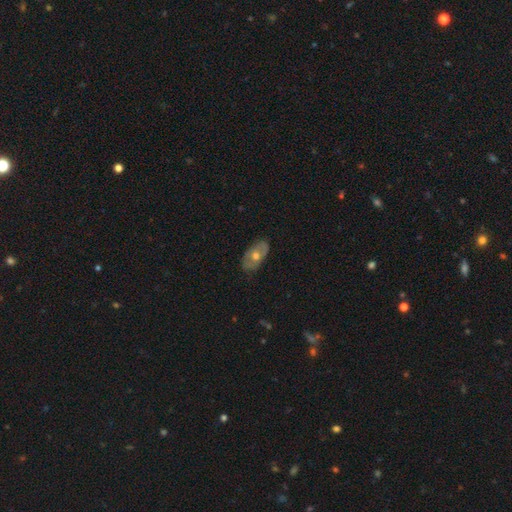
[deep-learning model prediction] Smooth or featured?
  - featured or disk: 52% *
  - smooth: 42%
  - star or artifact: 7%
Edge-on disk?
  - no: 85% *
  - yes: 15%
Merging?
  - none: 83% *
  - minor disturbance: 13%
  - major disturbance: 3%
  - merger: 1%